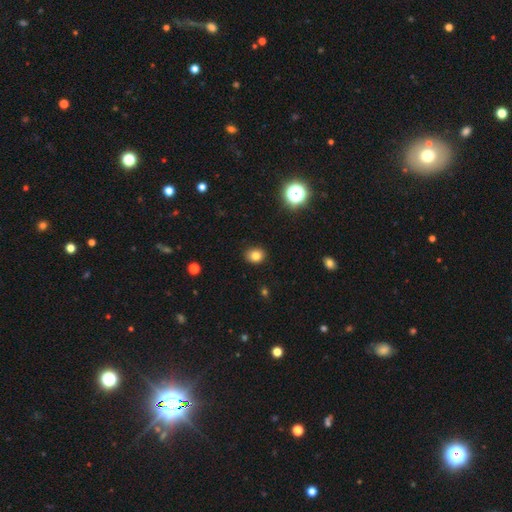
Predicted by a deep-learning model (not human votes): Smooth or featured: smooth — 82% (star or artifact — 12%)
How rounded: round — 58% (in between — 41%)
Merging: none — 89% (minor disturbance — 8%)